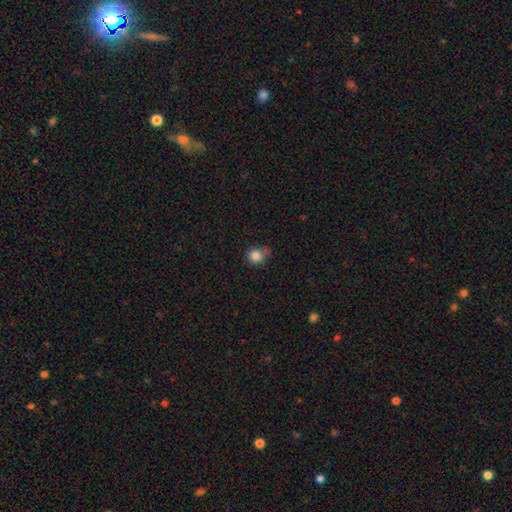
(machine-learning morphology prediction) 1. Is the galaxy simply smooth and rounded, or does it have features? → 84% smooth, 11% star or artifact, 5% featured or disk.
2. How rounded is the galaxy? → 82% round, 17% in between, 1% cigar-shaped.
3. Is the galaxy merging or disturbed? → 52% none, 35% minor disturbance, 9% major disturbance, 4% merger.